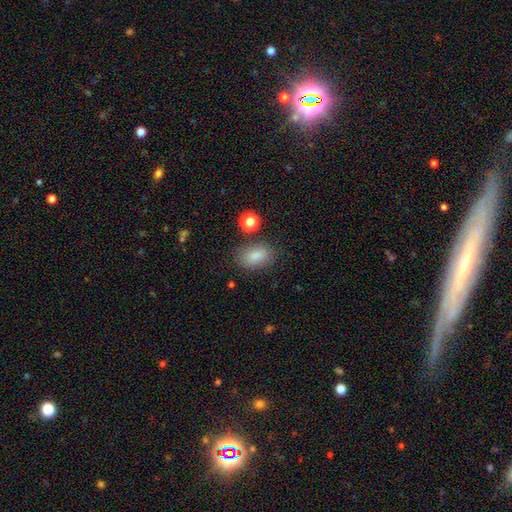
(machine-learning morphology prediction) Smooth or featured? smooth (84%)
How rounded? in between (86%)
Merging? none (77%)